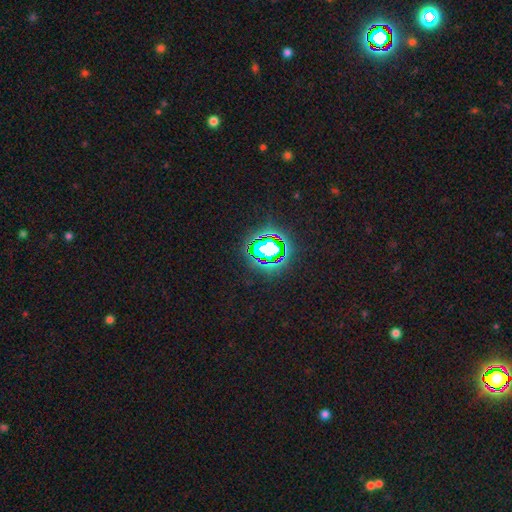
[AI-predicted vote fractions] Overall: star or artifact (82%).